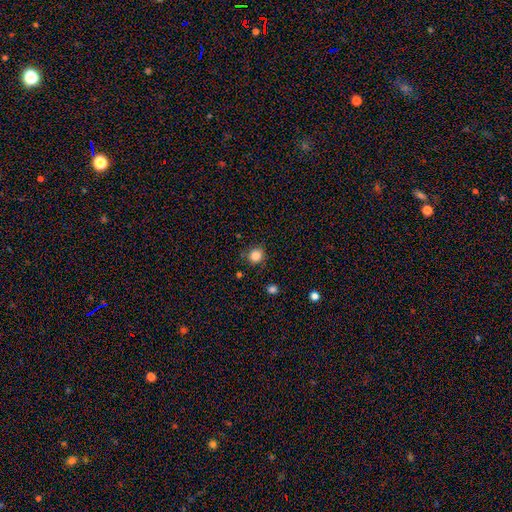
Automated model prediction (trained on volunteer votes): Smooth or featured? Predicted: smooth (p=0.84). How rounded? Predicted: round (p=0.87). Merging? Predicted: none (p=0.84).